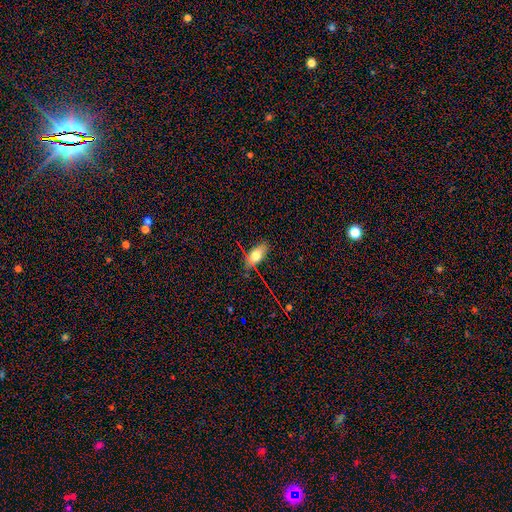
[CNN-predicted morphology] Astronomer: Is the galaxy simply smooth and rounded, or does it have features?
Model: smooth — 72%.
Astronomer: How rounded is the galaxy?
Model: in between — 87%.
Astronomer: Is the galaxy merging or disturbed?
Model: none — 74%.